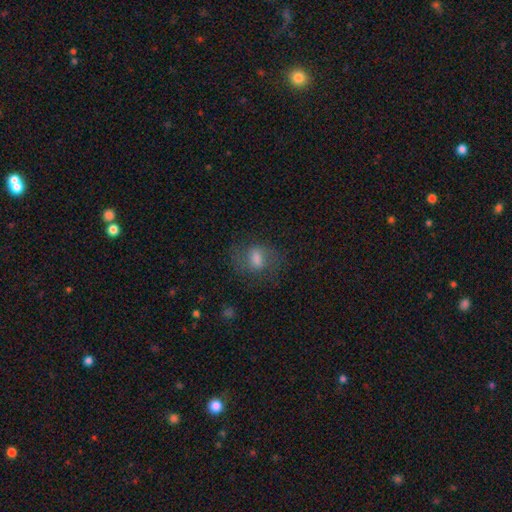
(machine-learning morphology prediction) Smooth or featured?
  - smooth: 52% *
  - featured or disk: 32%
  - star or artifact: 15%
How rounded?
  - in between: 64% *
  - round: 33%
  - cigar-shaped: 3%
Merging?
  - none: 71% *
  - minor disturbance: 17%
  - major disturbance: 11%
  - merger: 2%